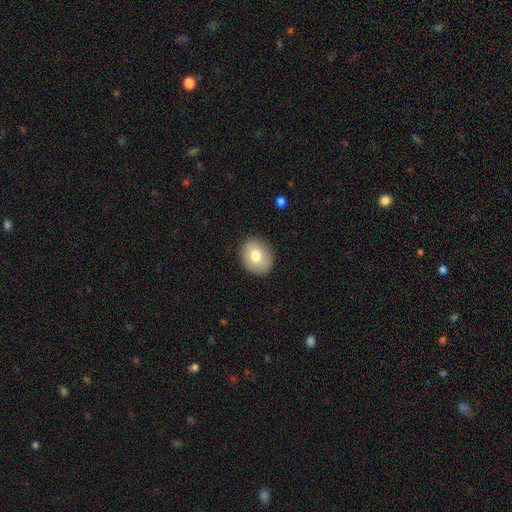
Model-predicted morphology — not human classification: Overall: smooth (76%). How rounded: round (54%; in between 45%). Merging: none (88%).